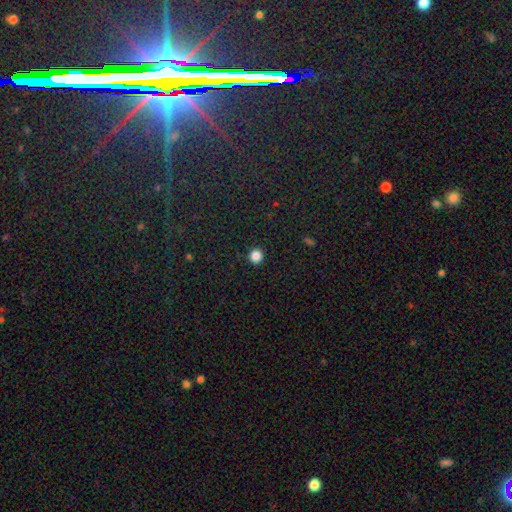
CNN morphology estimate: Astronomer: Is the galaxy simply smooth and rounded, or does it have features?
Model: smooth — 86%.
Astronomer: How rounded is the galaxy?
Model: round — 94%.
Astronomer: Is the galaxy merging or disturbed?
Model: none — 93%.